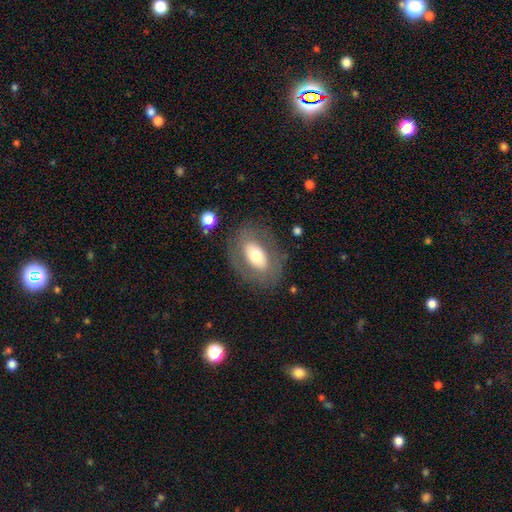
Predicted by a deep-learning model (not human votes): Smooth or featured?
  - smooth: 53% *
  - featured or disk: 40%
  - star or artifact: 7%
How rounded?
  - in between: 85% *
  - round: 13%
  - cigar-shaped: 2%
Merging?
  - none: 77% *
  - minor disturbance: 13%
  - major disturbance: 8%
  - merger: 2%